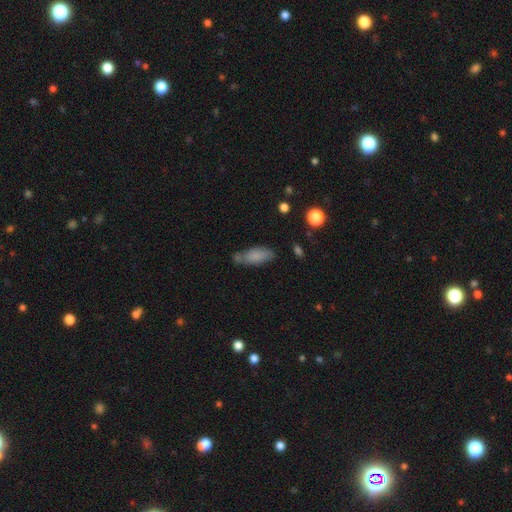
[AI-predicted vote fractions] A smooth galaxy with no disk features (78%) that is in between round and cigar-shaped (69%).

Vote fractions:
- Smooth or featured? smooth: 78% / featured or disk: 15% / star or artifact: 7%
- How rounded? in between: 69% / cigar-shaped: 29% / round: 2%
- Merging? none: 61% / minor disturbance: 25% / merger: 8% / major disturbance: 6%